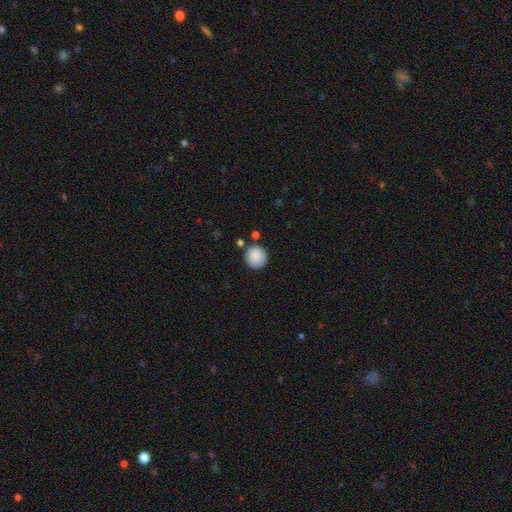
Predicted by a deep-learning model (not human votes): Smooth or featured? Predicted: smooth (p=0.88). How rounded? Predicted: round (p=0.94). Merging? Predicted: none (p=0.82).